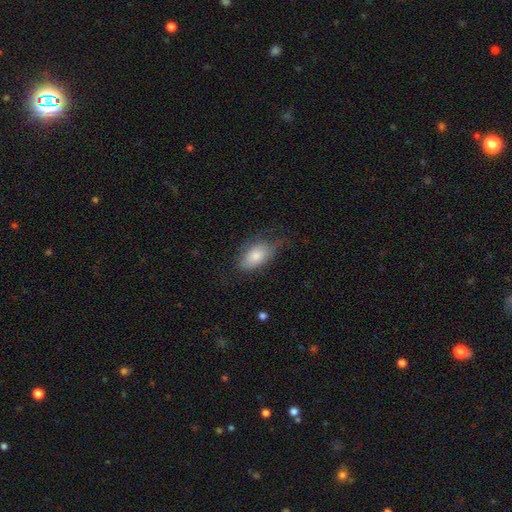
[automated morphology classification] smooth-or-featured: smooth: 77% | featured or disk: 16% | star or artifact: 7%
  how-rounded: in between: 92% | round: 5% | cigar-shaped: 3%
  merging: none: 55% | minor disturbance: 30% | major disturbance: 13% | merger: 1%